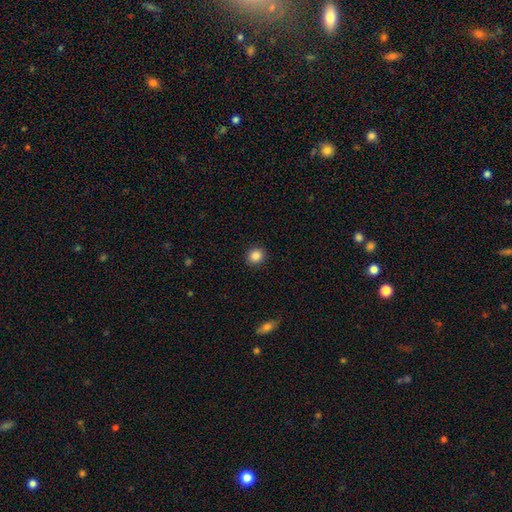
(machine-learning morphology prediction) Smooth or featured: smooth — 86% (star or artifact — 10%)
How rounded: round — 83% (in between — 16%)
Merging: none — 91% (minor disturbance — 6%)